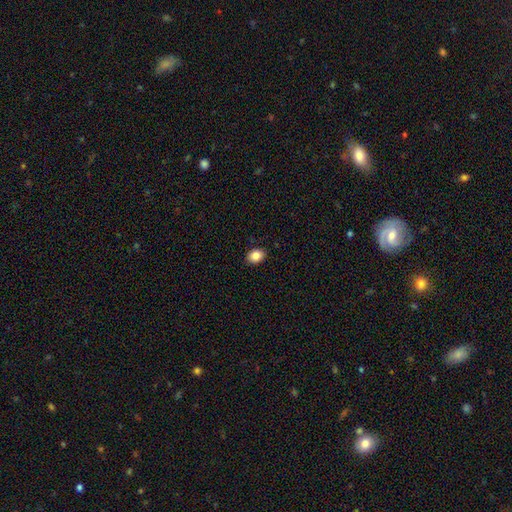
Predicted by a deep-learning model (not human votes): Overall: smooth (85%). How rounded: in between (65%; round 34%). Merging: none (88%).